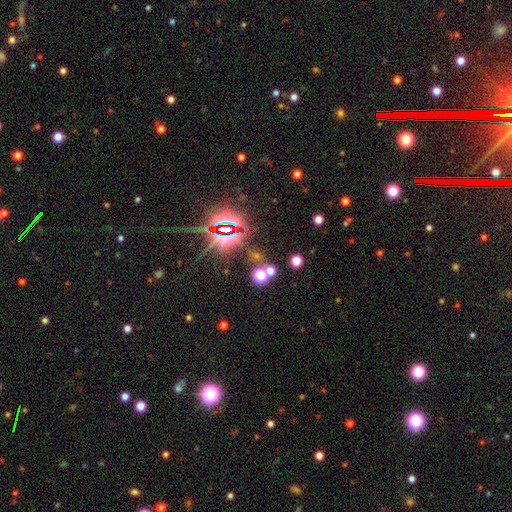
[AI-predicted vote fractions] Smooth or featured? Predicted: star or artifact (p=0.79).